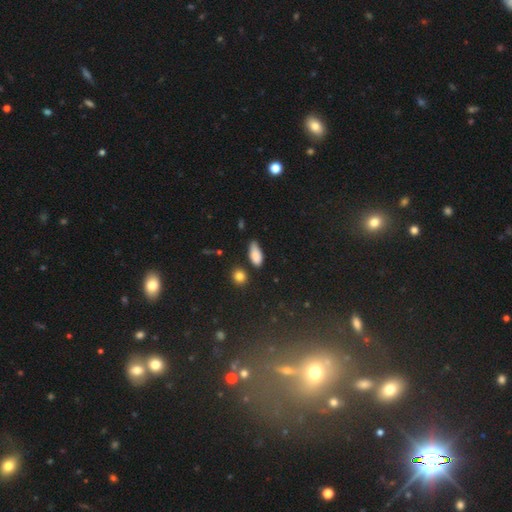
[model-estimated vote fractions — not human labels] Morphology: type=smooth (85%); roundness=in between (81%); merging=none (57%).